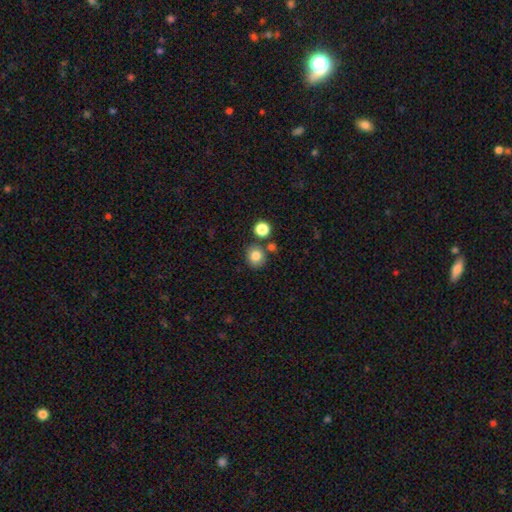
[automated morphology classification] smooth-or-featured: smooth: 82% | star or artifact: 12% | featured or disk: 7%
  how-rounded: round: 85% | in between: 14% | cigar-shaped: 1%
  merging: none: 78% | merger: 11% | minor disturbance: 9% | major disturbance: 3%